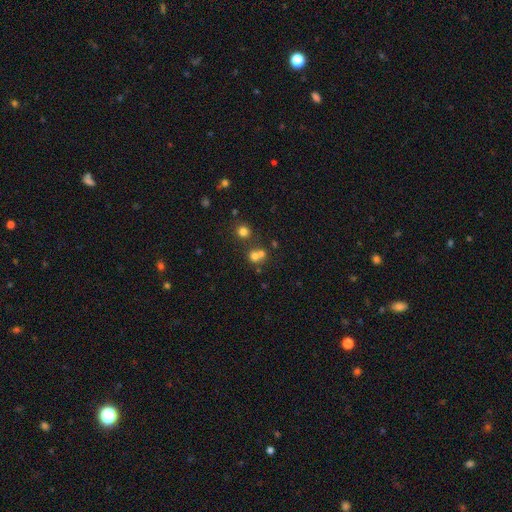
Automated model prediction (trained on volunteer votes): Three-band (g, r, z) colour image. It shows a smooth galaxy with no disk features (66%) that is round (83%). Merging: merger (47%).